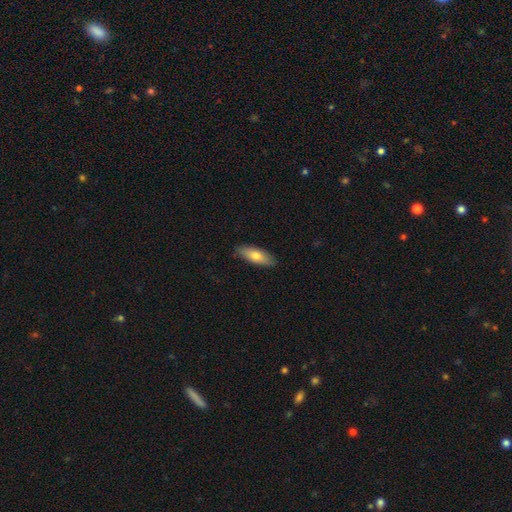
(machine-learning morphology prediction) The model was most divided on "how rounded": in between: 64%, cigar-shaped: 34%, round: 2%. More confident: merging — none (87%); smooth or featured — smooth (75%).